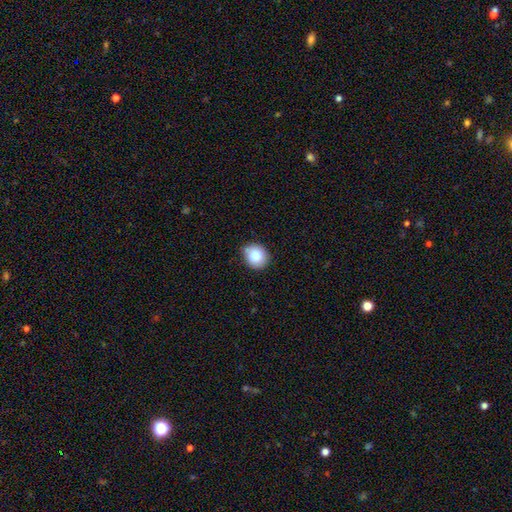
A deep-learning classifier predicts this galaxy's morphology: The model was most divided on "how rounded": round: 79%, in between: 20%, cigar-shaped: 1%. More confident: smooth or featured — smooth (81%); merging — none (79%).